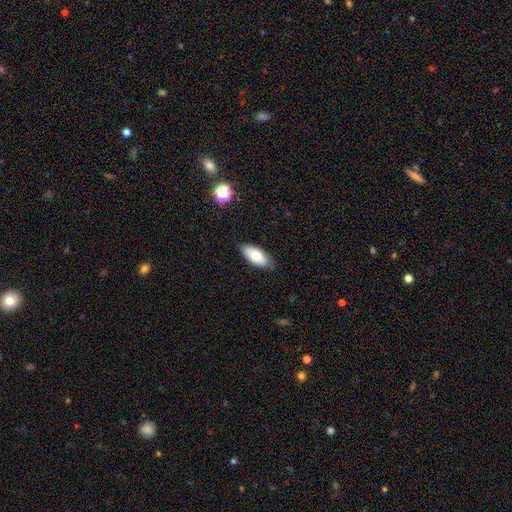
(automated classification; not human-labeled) Smooth or featured: smooth — 75% (featured or disk — 18%)
How rounded: in between — 89% (cigar-shaped — 9%)
Merging: none — 83% (minor disturbance — 14%)